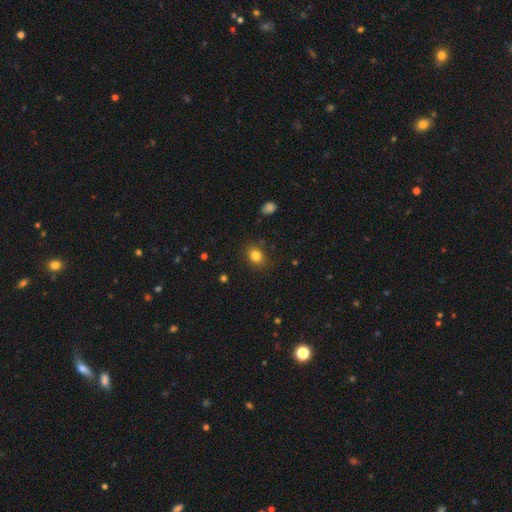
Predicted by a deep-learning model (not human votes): A smooth galaxy with no disk features (82%) that is round (55%). Merging: none (85%).